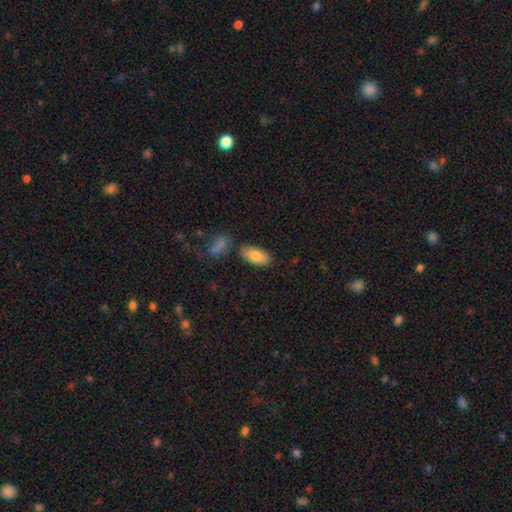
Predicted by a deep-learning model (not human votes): Q: Smooth or featured?
A: smooth (84%); runner-up: featured or disk (10%)
Q: How rounded?
A: in between (91%); runner-up: cigar-shaped (6%)
Q: Merging?
A: none (75%); runner-up: minor disturbance (13%)